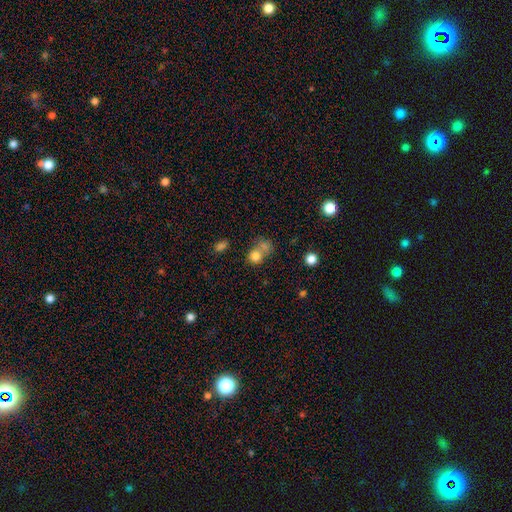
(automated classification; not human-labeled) Morphology: type=smooth (78%); roundness=round (75%); merging=merger (48%).